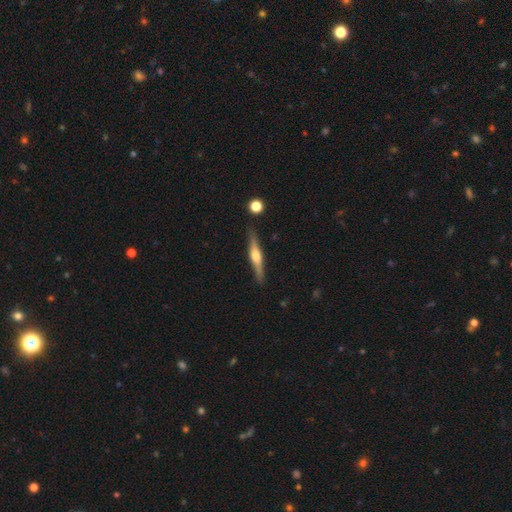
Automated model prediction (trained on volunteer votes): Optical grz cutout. It shows a featured or disk galaxy (70%) viewed edge-on (97%) with a rounded central bulge (86%). Merging: none (86%).